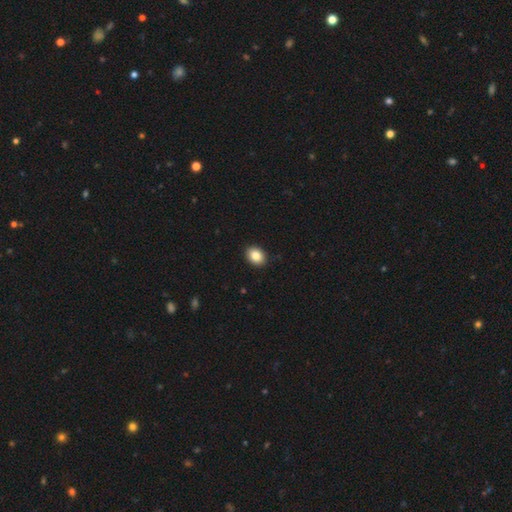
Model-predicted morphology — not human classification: This appears to be a smooth galaxy with no disk features (86%) that is in between round and cigar-shaped (63%). Merging: none (91%).